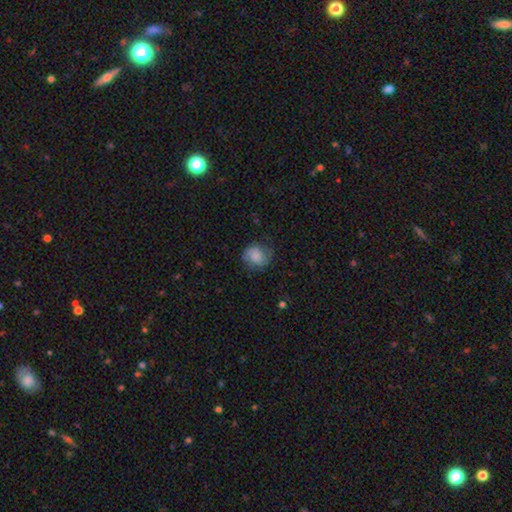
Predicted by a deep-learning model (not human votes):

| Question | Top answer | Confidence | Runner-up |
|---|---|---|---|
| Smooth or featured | smooth | 60% | featured or disk (31%) |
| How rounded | round | 72% | in between (27%) |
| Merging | none | 65% | minor disturbance (23%) |